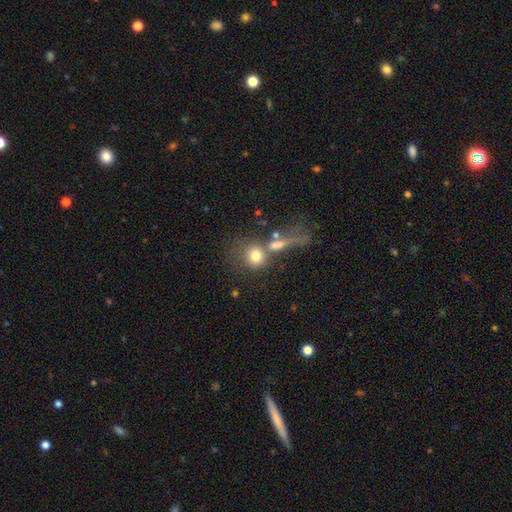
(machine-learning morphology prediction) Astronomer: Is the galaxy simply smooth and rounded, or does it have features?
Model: smooth — 73%.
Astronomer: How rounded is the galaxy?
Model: round — 77%.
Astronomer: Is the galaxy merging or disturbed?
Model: merger — 38% (runner-up: none, 34%).